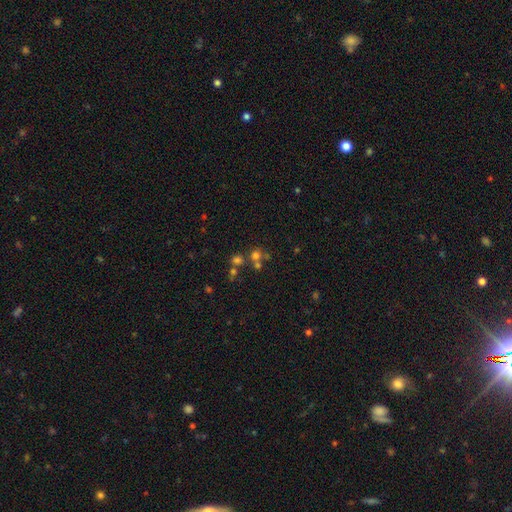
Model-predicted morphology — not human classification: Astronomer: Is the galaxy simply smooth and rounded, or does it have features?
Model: smooth — 60%.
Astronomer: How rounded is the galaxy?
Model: round — 86%.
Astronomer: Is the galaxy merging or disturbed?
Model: none — 56% (runner-up: merger, 32%).